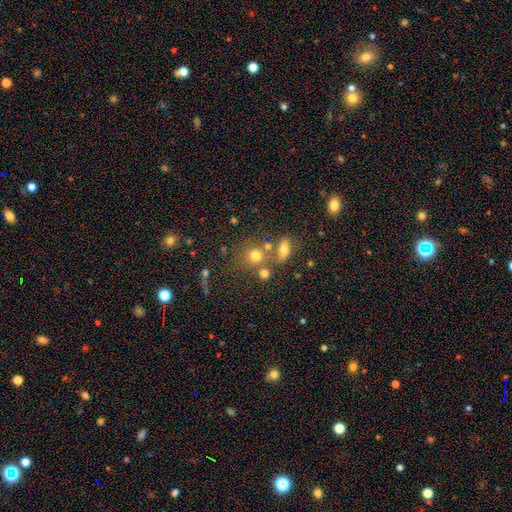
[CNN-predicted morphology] This is likely a smooth galaxy (71%). How rounded: likely round (80%). Merging: possibly none (57%).